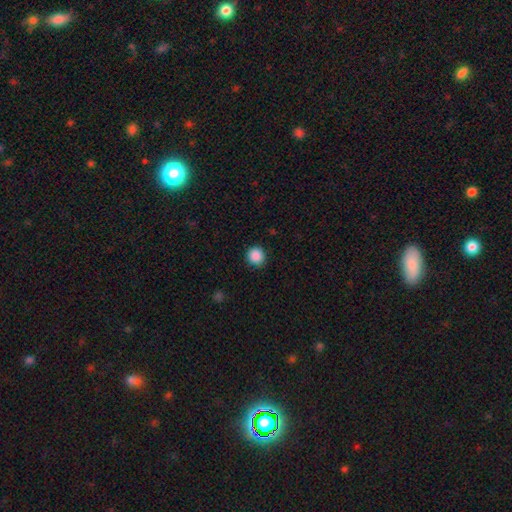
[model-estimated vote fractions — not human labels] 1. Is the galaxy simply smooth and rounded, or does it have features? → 88% smooth, 9% star or artifact, 2% featured or disk.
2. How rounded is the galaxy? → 93% round, 6% in between, 1% cigar-shaped.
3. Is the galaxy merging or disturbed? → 90% none, 7% minor disturbance, 2% major disturbance, 1% merger.